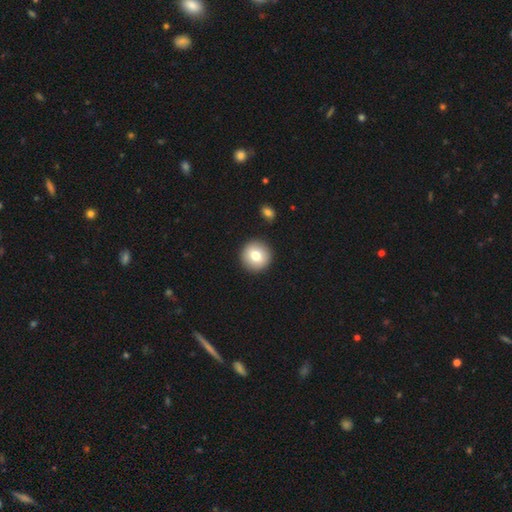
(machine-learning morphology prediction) type=smooth (77%); roundness=round (95%); merging=none (92%).